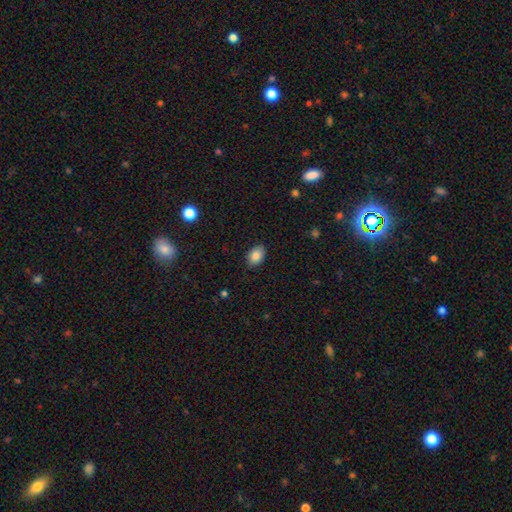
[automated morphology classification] type=smooth (84%); roundness=in between (82%); merging=none (87%).